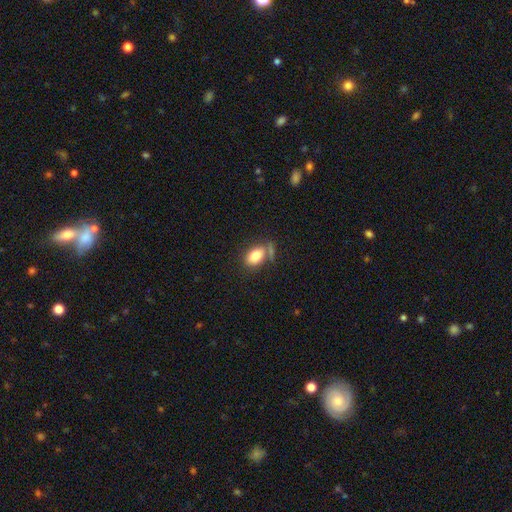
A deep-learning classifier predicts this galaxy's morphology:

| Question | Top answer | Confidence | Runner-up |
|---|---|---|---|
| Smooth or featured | smooth | 82% | featured or disk (10%) |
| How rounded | in between | 87% | round (10%) |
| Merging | none | 56% | merger (19%) |